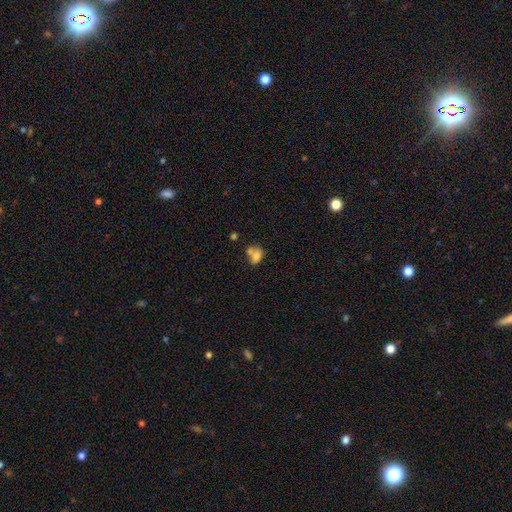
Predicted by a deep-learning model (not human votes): This appears to be a smooth galaxy with no disk features (69%) that is in between round and cigar-shaped (65%). Merging: merger (50%).